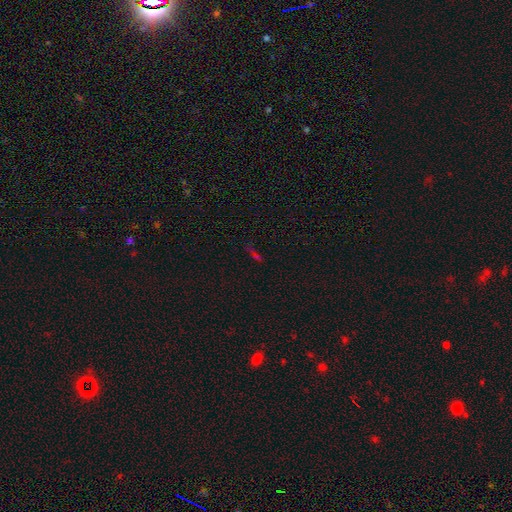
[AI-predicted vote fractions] A star or artifact, not a galaxy (59%).